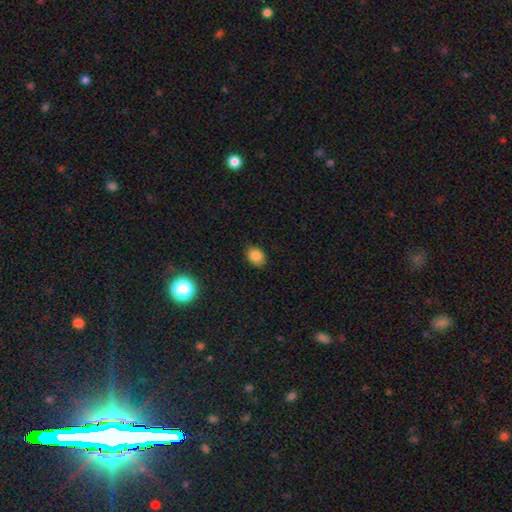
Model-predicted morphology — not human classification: This is clearly a smooth galaxy (83%). How rounded: possibly in between (60%). Merging: clearly none (86%).